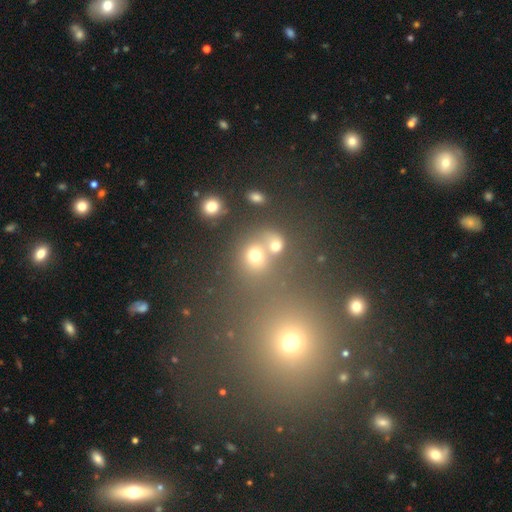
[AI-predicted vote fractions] Overall: smooth (66%). How rounded: round (76%). Merging: none (55%; merger 30%).